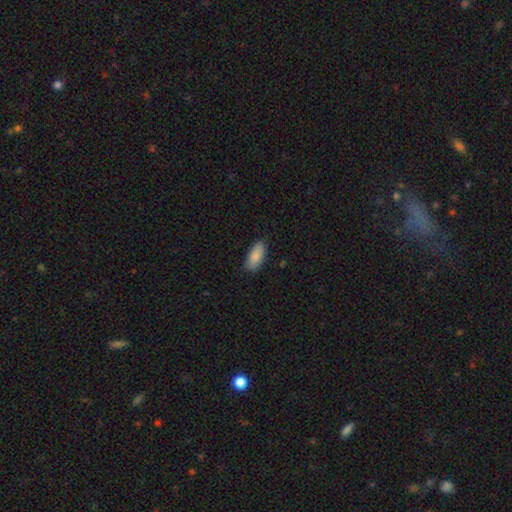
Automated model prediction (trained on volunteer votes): A smooth galaxy with no disk features (87%) that is in between round and cigar-shaped (86%). Merging: none (85%).